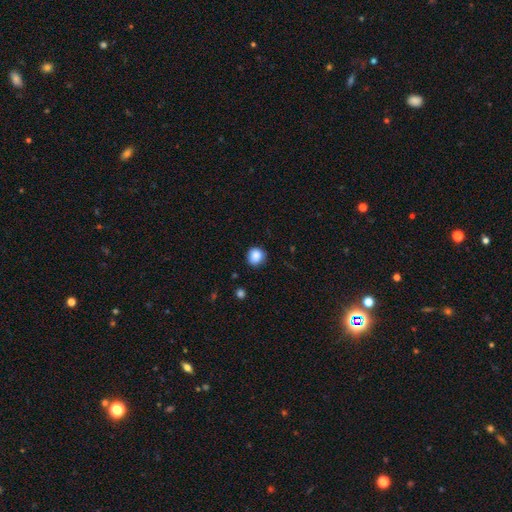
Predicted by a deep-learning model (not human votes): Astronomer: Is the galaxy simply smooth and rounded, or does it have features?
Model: smooth — 87%.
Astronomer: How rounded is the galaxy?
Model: round — 88%.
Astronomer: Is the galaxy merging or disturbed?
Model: none — 82%.